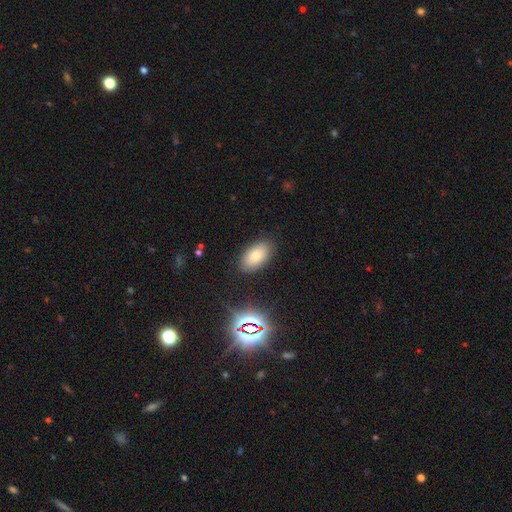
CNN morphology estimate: A smooth galaxy with no disk features (70%) that is in between round and cigar-shaped (93%). Merging: none (87%).